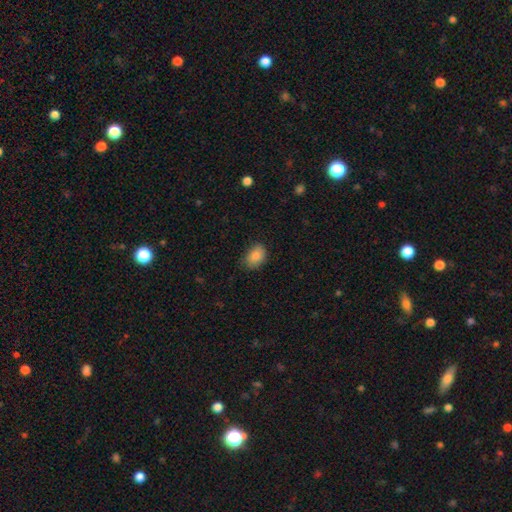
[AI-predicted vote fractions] smooth-or-featured: smooth: 85% | star or artifact: 9% | featured or disk: 6%
  how-rounded: in between: 78% | round: 21% | cigar-shaped: 1%
  merging: none: 73% | minor disturbance: 22% | major disturbance: 4% | merger: 1%